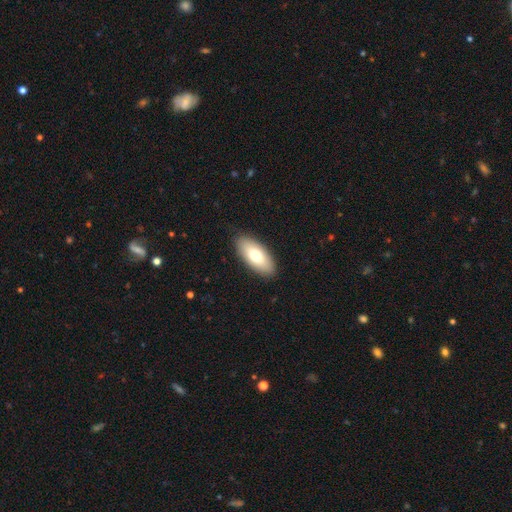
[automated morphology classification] Overall: smooth (72%). How rounded: in between (88%). Merging: none (88%).